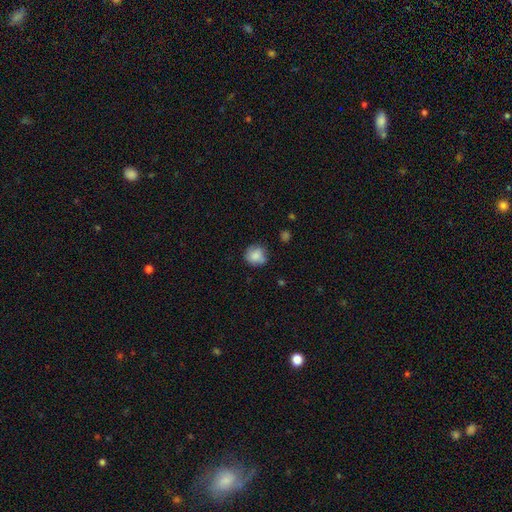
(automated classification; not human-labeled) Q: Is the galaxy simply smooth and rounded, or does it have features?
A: smooth — 83%.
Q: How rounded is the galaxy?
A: round — 84%.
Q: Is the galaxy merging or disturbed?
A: none — 71%.